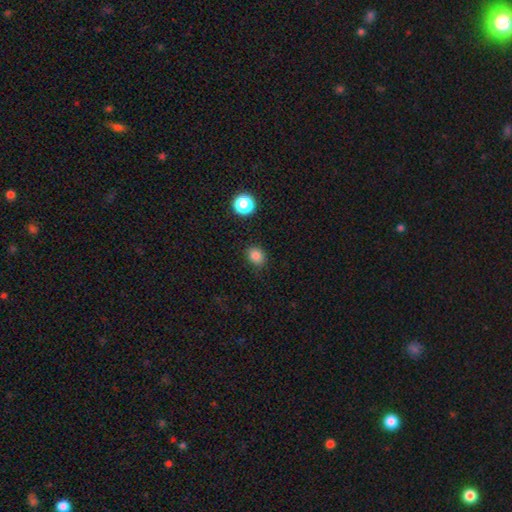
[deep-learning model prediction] A smooth galaxy with no disk features (83%) that is round (58%).

Vote fractions:
- Smooth or featured? smooth: 83% / star or artifact: 13% / featured or disk: 5%
- How rounded? round: 58% / in between: 41% / cigar-shaped: 1%
- Merging? none: 85% / minor disturbance: 11% / major disturbance: 3% / merger: 2%